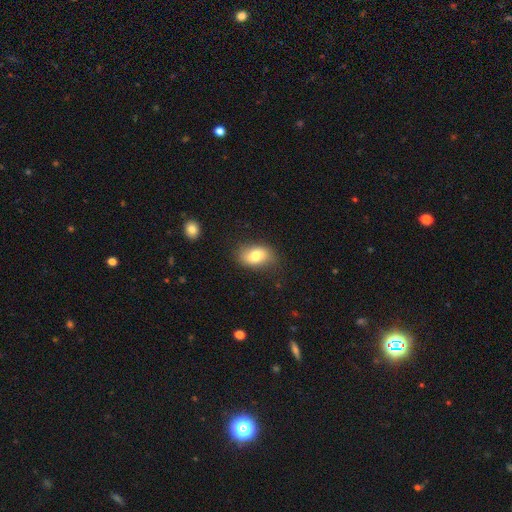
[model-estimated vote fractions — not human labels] Smooth or featured? smooth (79%)
How rounded? in between (86%)
Merging? none (75%)